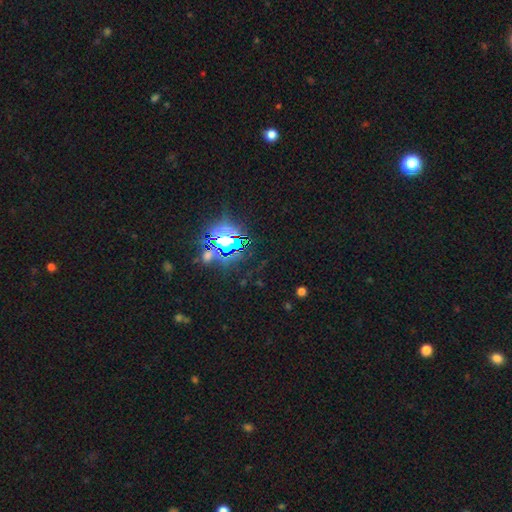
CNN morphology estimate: type=star or artifact (84%).